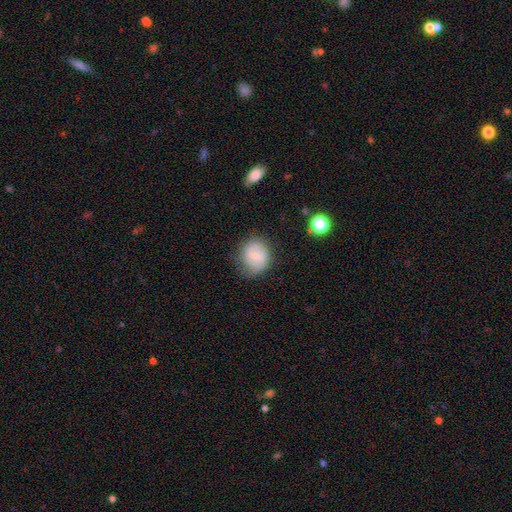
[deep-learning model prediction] smooth-or-featured: smooth: 51% | featured or disk: 42% | star or artifact: 8%
  how-rounded: round: 75% | in between: 24% | cigar-shaped: 1%
  merging: none: 67% | minor disturbance: 24% | major disturbance: 8% | merger: 1%